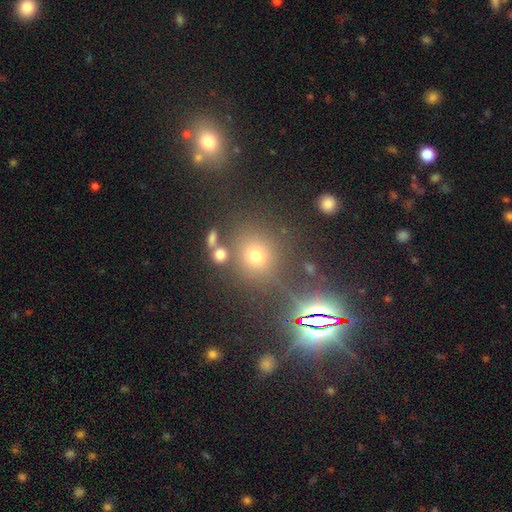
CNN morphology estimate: This is possibly a smooth galaxy (57%). How rounded: clearly round (84%). Merging: likely none (72%).